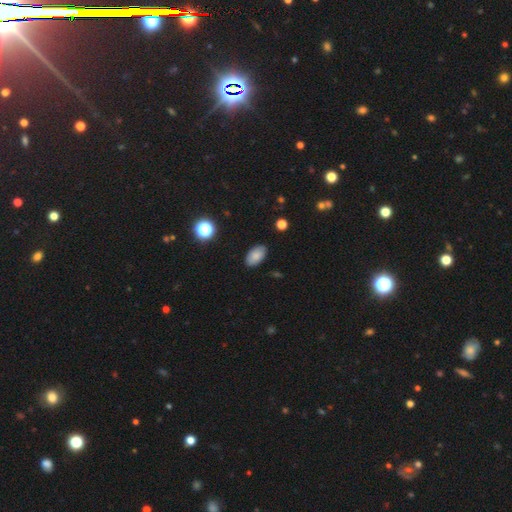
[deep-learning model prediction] smooth_or_featured: smooth (p=0.83) [alt: star or artifact p=0.09]
how_rounded: in between (p=0.94) [alt: round p=0.05]
merging: none (p=0.86) [alt: minor disturbance p=0.11]